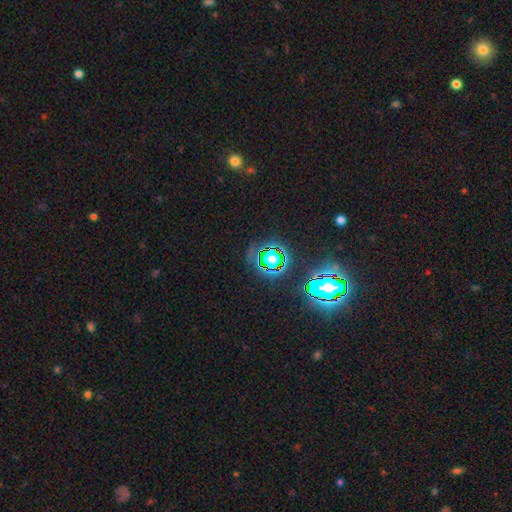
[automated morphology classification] Smooth or featured? Predicted: star or artifact (p=0.79).